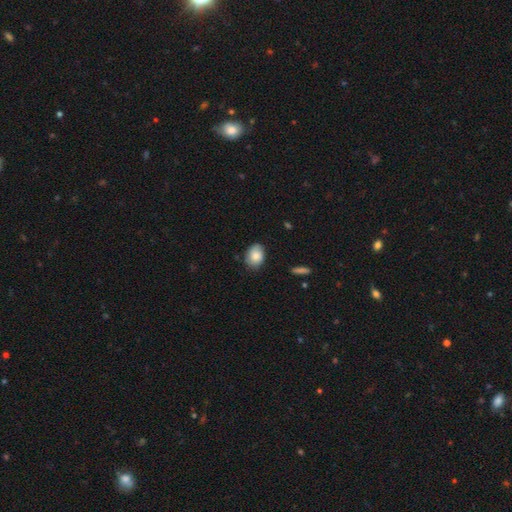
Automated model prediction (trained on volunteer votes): smooth 81%, featured or disk 12%, star or artifact 7%. Down the decision tree: how rounded — in between (71%); merging — none (76%).